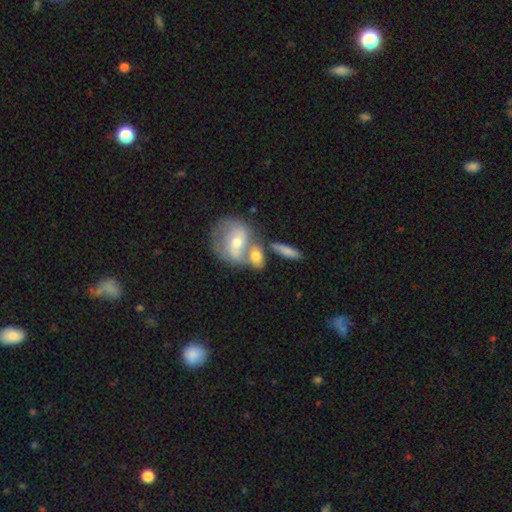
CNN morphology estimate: This appears to be a smooth galaxy with no disk features (49%). Merging: merger (50%).